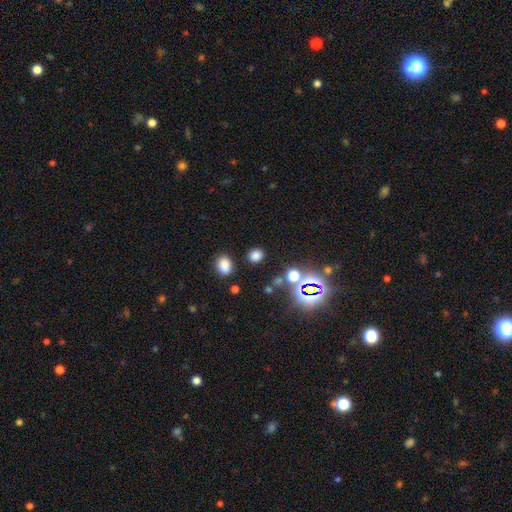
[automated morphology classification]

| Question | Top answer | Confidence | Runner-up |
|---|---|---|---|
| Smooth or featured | smooth | 73% | star or artifact (22%) |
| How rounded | round | 66% | in between (33%) |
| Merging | none | 84% | minor disturbance (8%) |